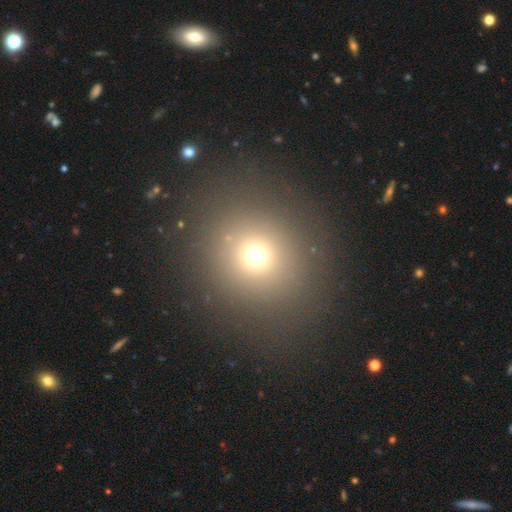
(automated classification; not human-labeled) Smooth or featured?
  - smooth: 68% *
  - star or artifact: 23%
  - featured or disk: 10%
How rounded?
  - round: 87% *
  - in between: 12%
  - cigar-shaped: 1%
Merging?
  - none: 85% *
  - minor disturbance: 8%
  - major disturbance: 5%
  - merger: 2%